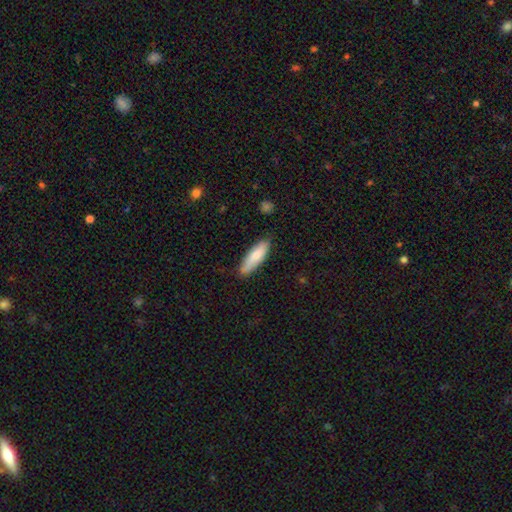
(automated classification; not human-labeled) Smooth or featured? smooth (78%)
How rounded? cigar-shaped (51%)
Merging? none (79%)